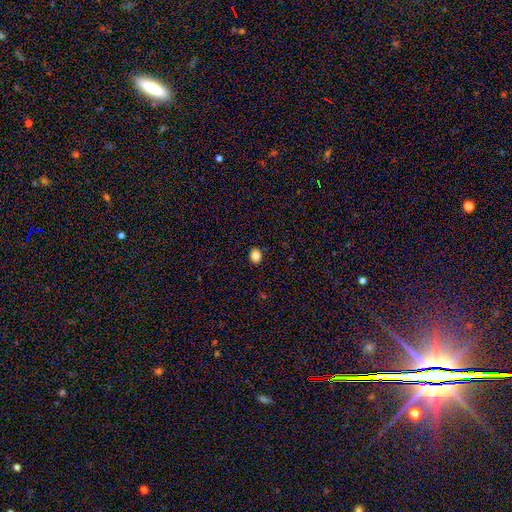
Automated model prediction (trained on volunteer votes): A smooth galaxy with no disk features (85%) that is round (66%).

Vote fractions:
- Smooth or featured? smooth: 85% / star or artifact: 11% / featured or disk: 4%
- How rounded? round: 66% / in between: 33% / cigar-shaped: 1%
- Merging? none: 91% / minor disturbance: 6% / major disturbance: 2% / merger: 1%